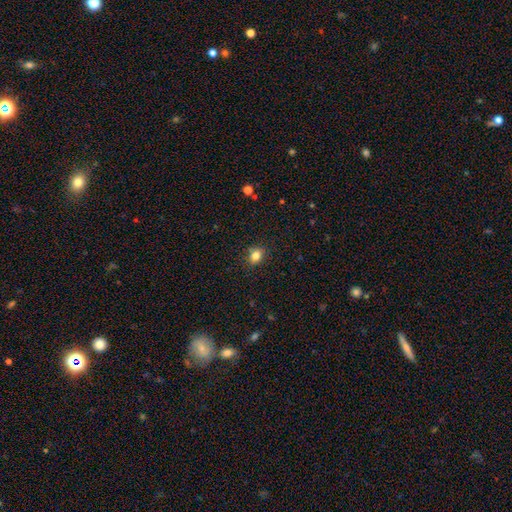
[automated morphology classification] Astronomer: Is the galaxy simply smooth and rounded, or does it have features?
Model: smooth — 82%.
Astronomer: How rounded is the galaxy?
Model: in between — 56% (runner-up: round, 43%).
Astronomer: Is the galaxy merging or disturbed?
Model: none — 86%.